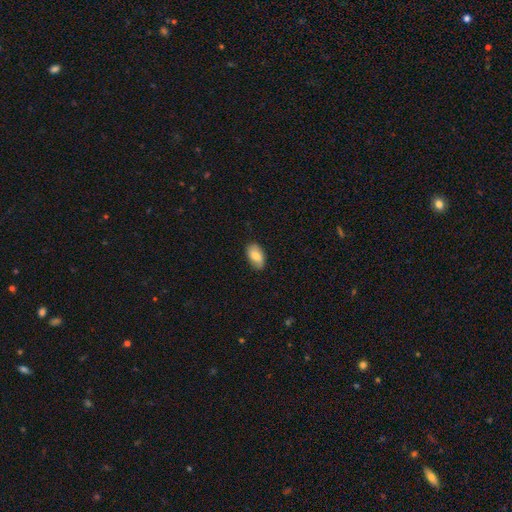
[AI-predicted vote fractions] This appears to be a smooth galaxy with no disk features (79%) that is in between round and cigar-shaped (93%). Merging: none (82%).